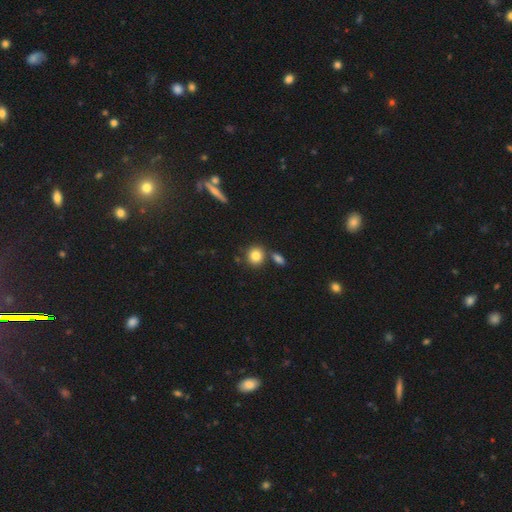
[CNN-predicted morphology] smooth-or-featured: smooth: 83% | star or artifact: 10% | featured or disk: 7%
  how-rounded: round: 82% | in between: 17% | cigar-shaped: 1%
  merging: none: 72% | merger: 15% | minor disturbance: 9% | major disturbance: 3%